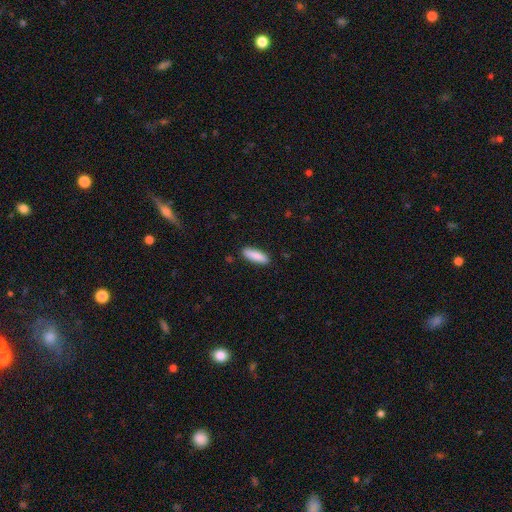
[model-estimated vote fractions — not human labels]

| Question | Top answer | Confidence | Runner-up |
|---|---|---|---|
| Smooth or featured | smooth | 87% | featured or disk (7%) |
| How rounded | cigar-shaped | 57% | in between (42%) |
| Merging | none | 88% | minor disturbance (9%) |